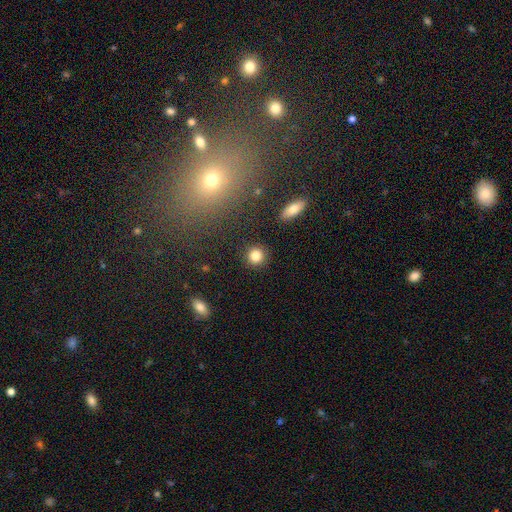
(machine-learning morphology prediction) smooth_or_featured: smooth (p=0.84) [alt: star or artifact p=0.11]
how_rounded: round (p=0.91) [alt: in between p=0.08]
merging: none (p=0.90) [alt: minor disturbance p=0.06]